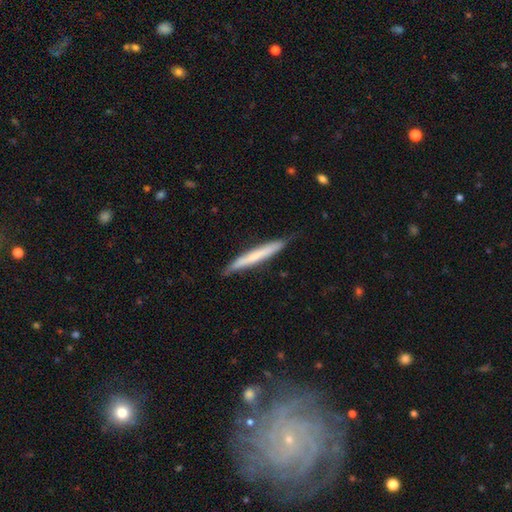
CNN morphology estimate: type=smooth (60%); roundness=cigar-shaped (96%); merging=none (82%).